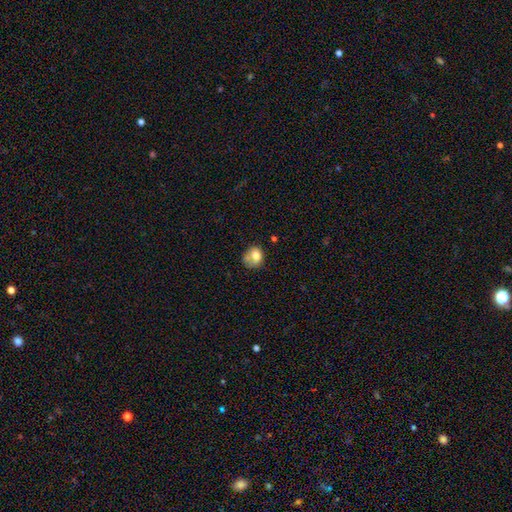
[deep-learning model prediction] This appears to be a smooth galaxy with no disk features (73%) that is round (56%). Merging: none (39%).